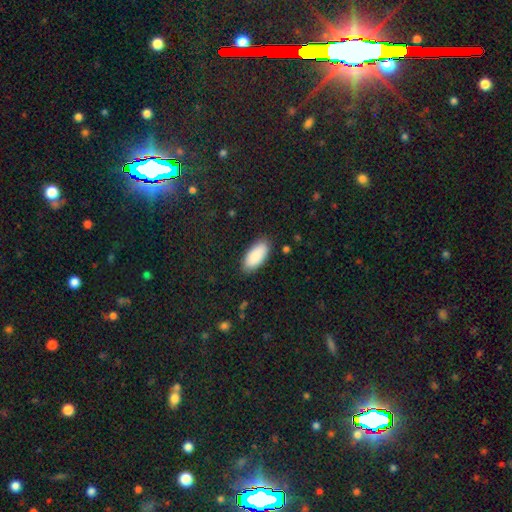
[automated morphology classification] Q: Smooth or featured?
A: smooth (89%); runner-up: star or artifact (6%)
Q: How rounded?
A: in between (90%); runner-up: cigar-shaped (8%)
Q: Merging?
A: none (87%); runner-up: minor disturbance (10%)